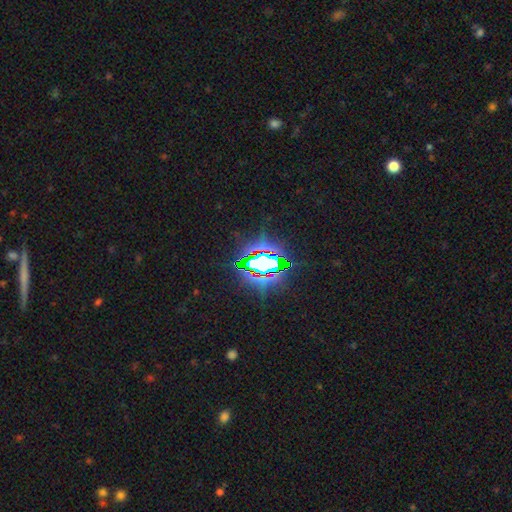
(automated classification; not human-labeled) smooth-or-featured: star or artifact: 74% | smooth: 14% | featured or disk: 12%